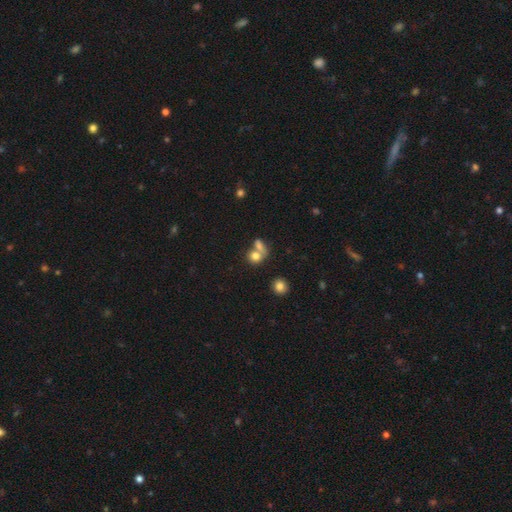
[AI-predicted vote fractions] Smooth or featured? Predicted: smooth (p=0.77). How rounded? Predicted: round (p=0.67). Merging? Predicted: merger (p=0.50).